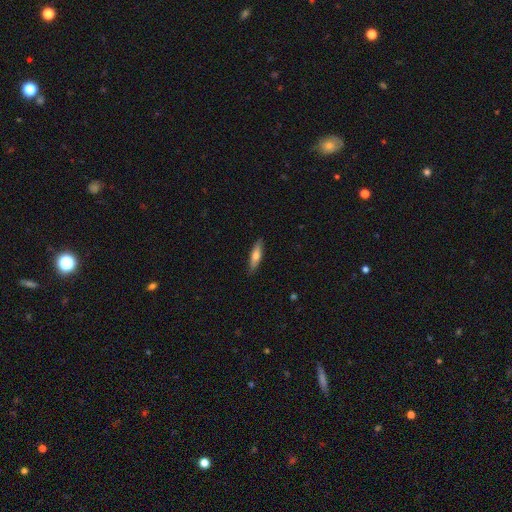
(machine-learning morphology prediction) A smooth galaxy with no disk features (59%) that is cigar-shaped (71%).

Vote fractions:
- Smooth or featured? smooth: 59% / featured or disk: 35% / star or artifact: 6%
- How rounded? cigar-shaped: 71% / in between: 27% / round: 2%
- Merging? none: 88% / minor disturbance: 10% / major disturbance: 2% / merger: 1%